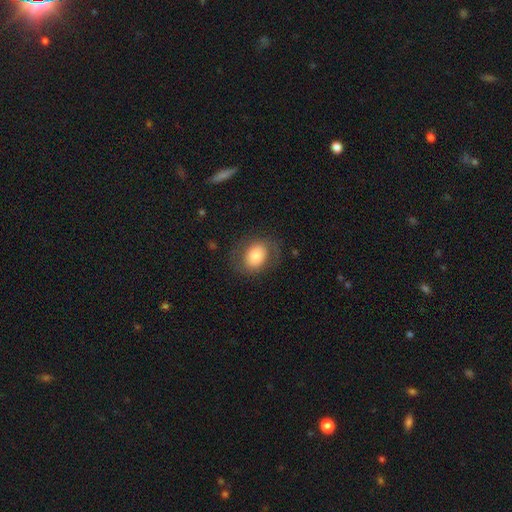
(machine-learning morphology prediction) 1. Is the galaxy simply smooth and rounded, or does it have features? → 70% smooth, 23% featured or disk, 8% star or artifact.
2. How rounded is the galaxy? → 63% in between, 36% round, 1% cigar-shaped.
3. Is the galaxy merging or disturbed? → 74% none, 15% minor disturbance, 9% major disturbance, 1% merger.